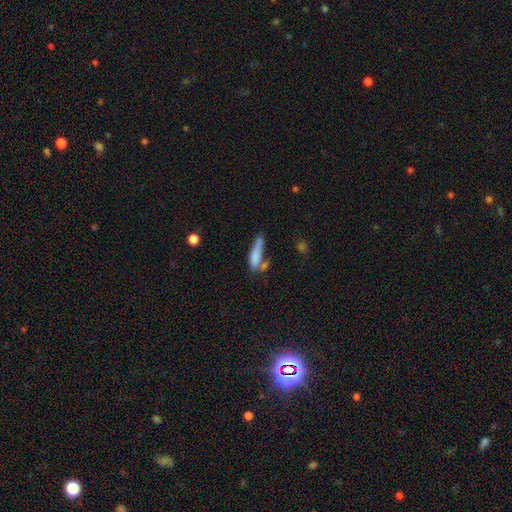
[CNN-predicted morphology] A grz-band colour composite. It shows a smooth galaxy with no disk features (76%) that is cigar-shaped (70%). Merging: none (42%).